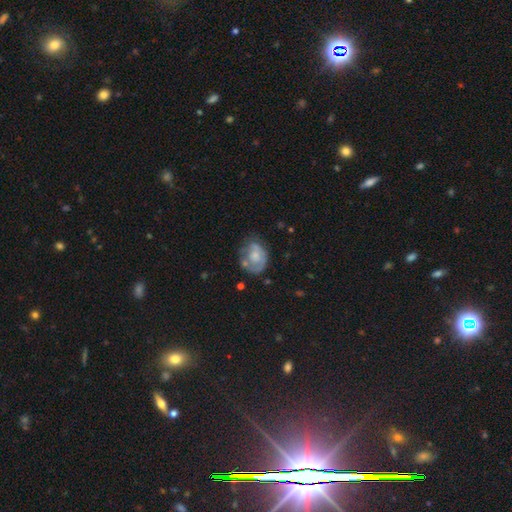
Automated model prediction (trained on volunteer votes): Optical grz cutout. It shows a smooth galaxy with no disk features (49%). Merging: none (45%).